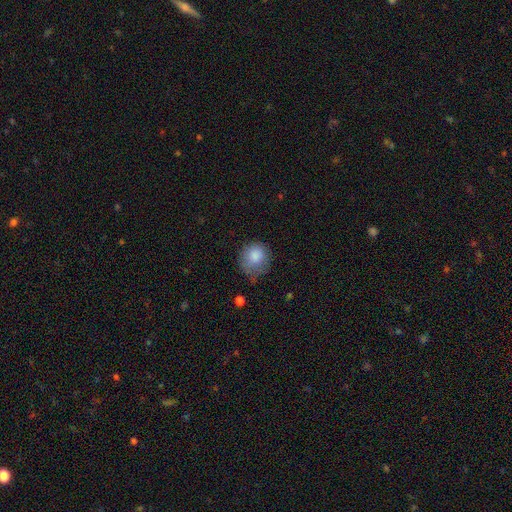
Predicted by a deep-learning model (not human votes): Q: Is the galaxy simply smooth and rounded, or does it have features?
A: smooth — 84%.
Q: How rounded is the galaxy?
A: round — 84%.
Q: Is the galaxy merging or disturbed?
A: none — 50%.